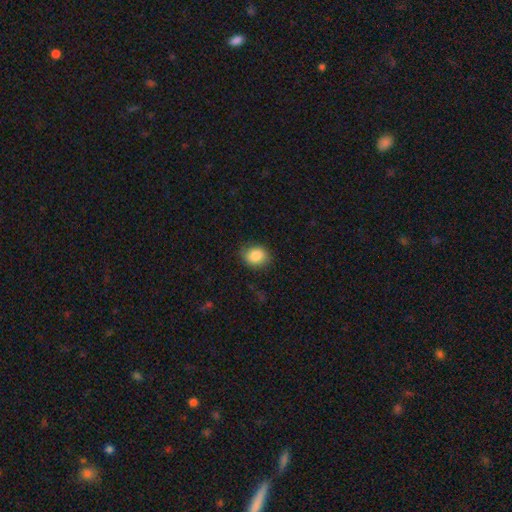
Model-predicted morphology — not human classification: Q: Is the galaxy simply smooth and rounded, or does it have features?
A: smooth — 85%.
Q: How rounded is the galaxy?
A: round — 59%.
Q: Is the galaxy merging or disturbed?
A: none — 80%.